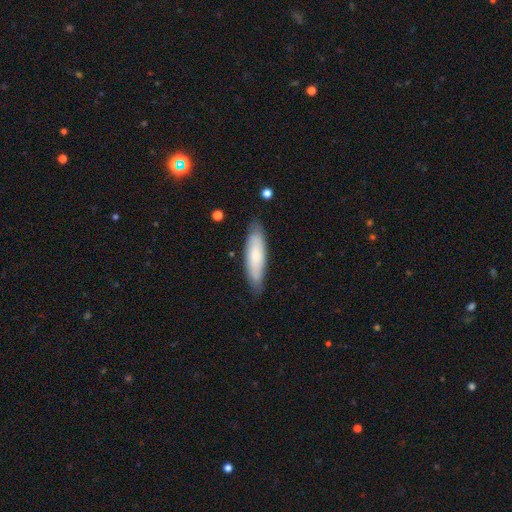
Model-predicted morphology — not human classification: A smooth galaxy with no disk features (66%) that is cigar-shaped (62%). Merging: none (80%).